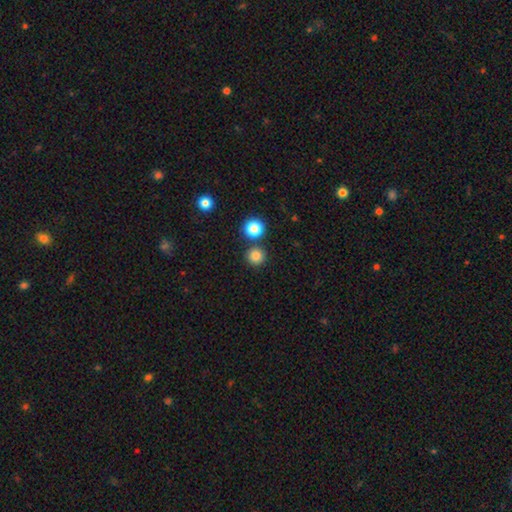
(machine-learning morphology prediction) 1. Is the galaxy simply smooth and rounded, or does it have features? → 83% smooth, 13% star or artifact, 5% featured or disk.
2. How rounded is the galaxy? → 95% round, 4% in between, 1% cigar-shaped.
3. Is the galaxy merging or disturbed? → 83% none, 10% merger, 6% minor disturbance, 2% major disturbance.